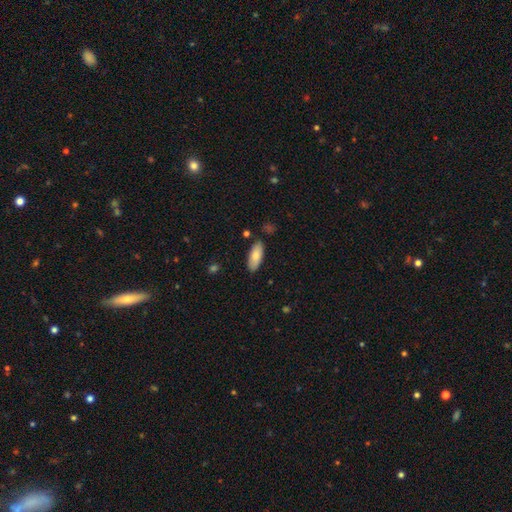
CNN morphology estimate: smooth-or-featured: smooth: 80% | featured or disk: 14% | star or artifact: 6%
  how-rounded: in between: 80% | cigar-shaped: 18% | round: 2%
  merging: none: 84% | minor disturbance: 11% | merger: 2% | major disturbance: 2%